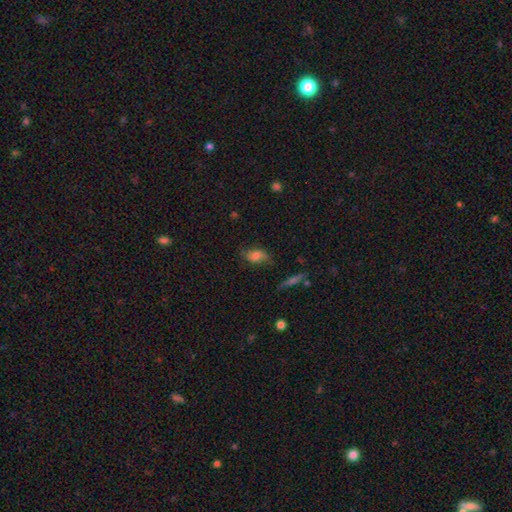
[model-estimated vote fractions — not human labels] The model was most divided on "smooth or featured": smooth: 59%, featured or disk: 29%, star or artifact: 12%. More confident: how rounded — in between (85%); merging — none (65%).